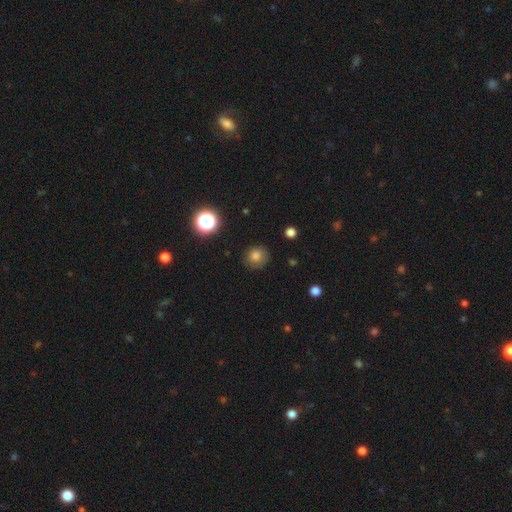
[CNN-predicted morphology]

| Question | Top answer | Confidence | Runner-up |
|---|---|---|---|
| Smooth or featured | smooth | 76% | star or artifact (14%) |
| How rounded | round | 84% | in between (15%) |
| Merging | none | 79% | minor disturbance (15%) |